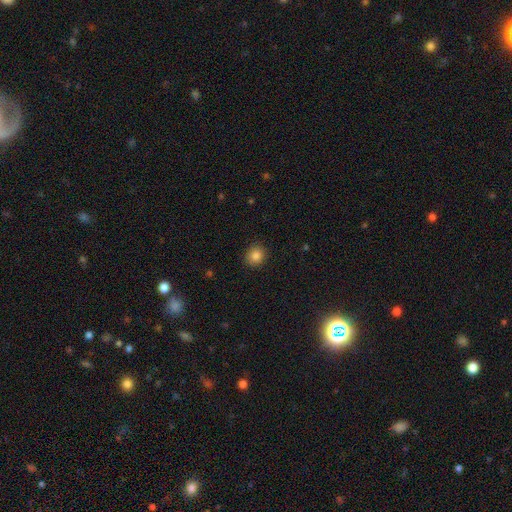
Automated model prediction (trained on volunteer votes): A smooth galaxy with no disk features (85%) that is round (79%).

Vote fractions:
- Smooth or featured? smooth: 85% / star or artifact: 11% / featured or disk: 5%
- How rounded? round: 79% / in between: 20% / cigar-shaped: 1%
- Merging? none: 90% / minor disturbance: 7% / major disturbance: 2% / merger: 1%